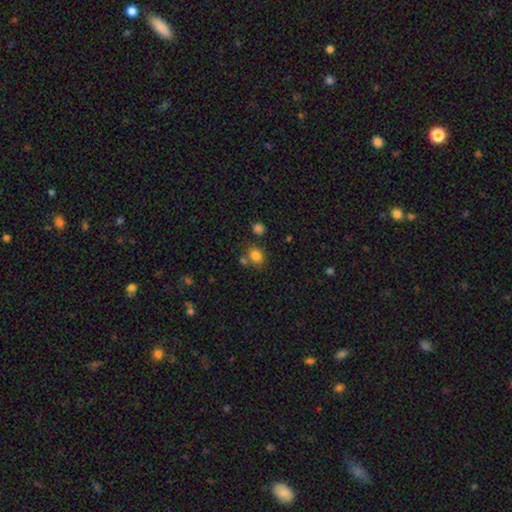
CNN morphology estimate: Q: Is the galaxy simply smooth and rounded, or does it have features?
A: smooth — 81%.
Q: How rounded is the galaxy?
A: round — 58%.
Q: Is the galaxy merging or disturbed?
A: none — 65%.